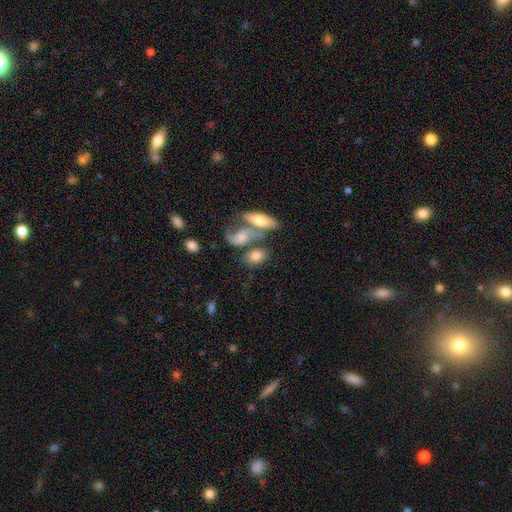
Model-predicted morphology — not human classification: Q: Smooth or featured?
A: smooth (71%); runner-up: featured or disk (21%)
Q: How rounded?
A: in between (83%); runner-up: round (12%)
Q: Merging?
A: merger (40%); runner-up: none (39%)